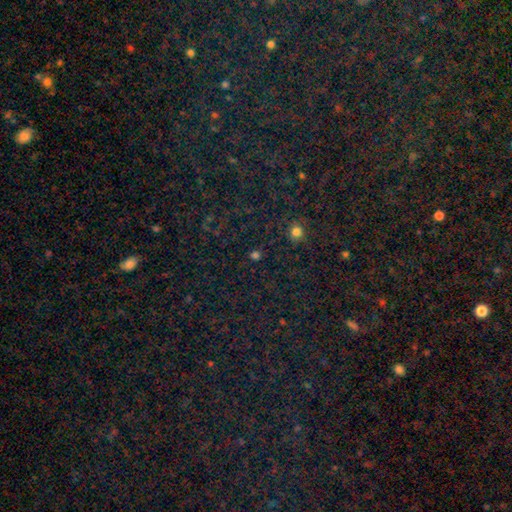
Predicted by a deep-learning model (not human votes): This appears to be a star or artifact, not a galaxy (64%).